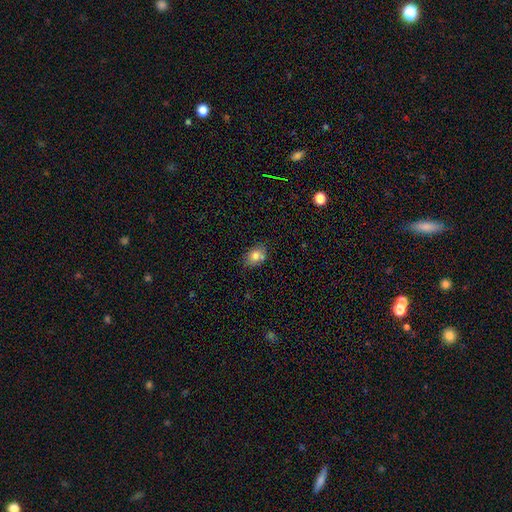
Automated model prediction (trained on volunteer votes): Smooth or featured?
  - smooth: 79% *
  - featured or disk: 11%
  - star or artifact: 10%
How rounded?
  - in between: 69% *
  - round: 30%
  - cigar-shaped: 1%
Merging?
  - none: 70% *
  - minor disturbance: 18%
  - merger: 9%
  - major disturbance: 3%